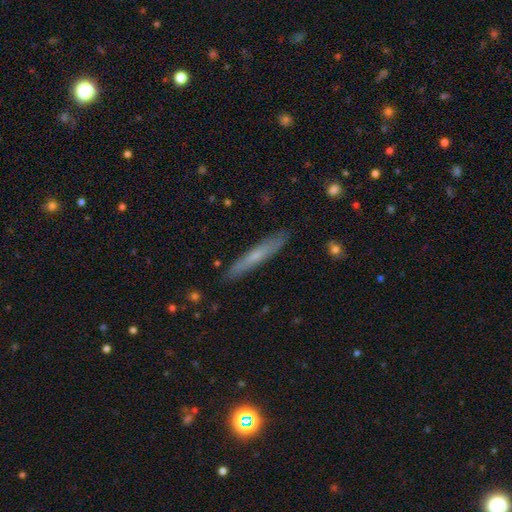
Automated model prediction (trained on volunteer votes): A smooth galaxy with no disk features (52%) that is cigar-shaped (95%).

Vote fractions:
- Smooth or featured? smooth: 52% / featured or disk: 42% / star or artifact: 6%
- How rounded? cigar-shaped: 95% / in between: 4% / round: 1%
- Merging? none: 89% / minor disturbance: 8% / major disturbance: 1% / merger: 1%